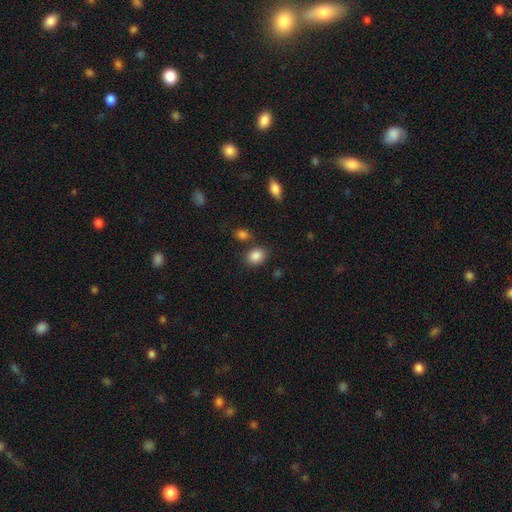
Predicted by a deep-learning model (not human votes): Q: Smooth or featured?
A: smooth (87%); runner-up: star or artifact (9%)
Q: How rounded?
A: in between (58%); runner-up: round (41%)
Q: Merging?
A: none (75%); runner-up: minor disturbance (12%)